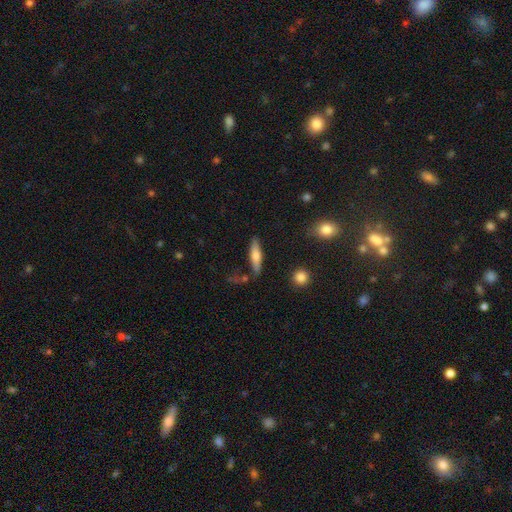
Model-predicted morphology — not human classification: The model was most divided on "smooth or featured": smooth: 55%, featured or disk: 39%, star or artifact: 7%. More confident: merging — none (77%); how rounded — cigar-shaped (75%).